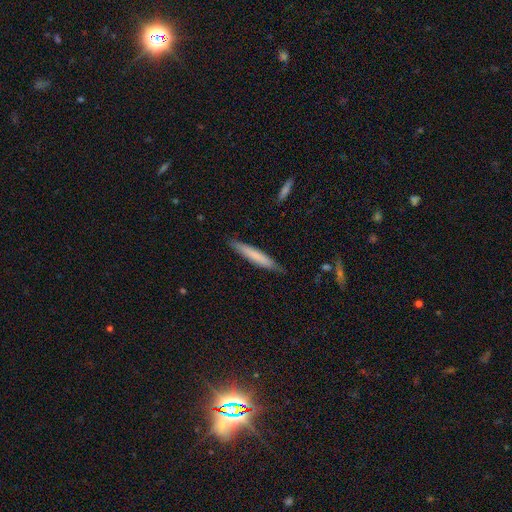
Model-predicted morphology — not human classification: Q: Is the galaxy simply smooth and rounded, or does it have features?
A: smooth — 70%.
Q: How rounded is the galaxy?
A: cigar-shaped — 94%.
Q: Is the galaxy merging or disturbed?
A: none — 86%.